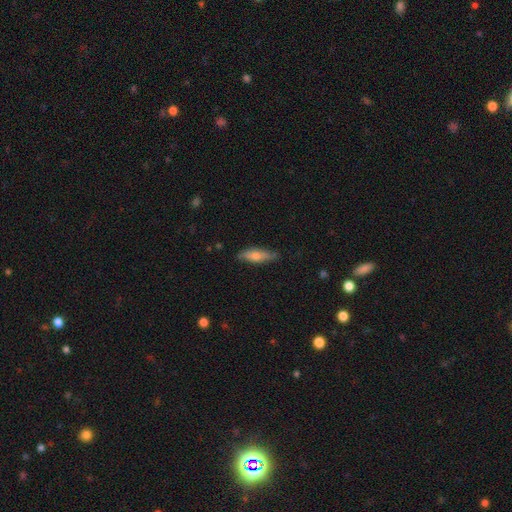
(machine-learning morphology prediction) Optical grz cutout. It shows a smooth galaxy with no disk features (55%) that is cigar-shaped (58%). Merging: none (79%).